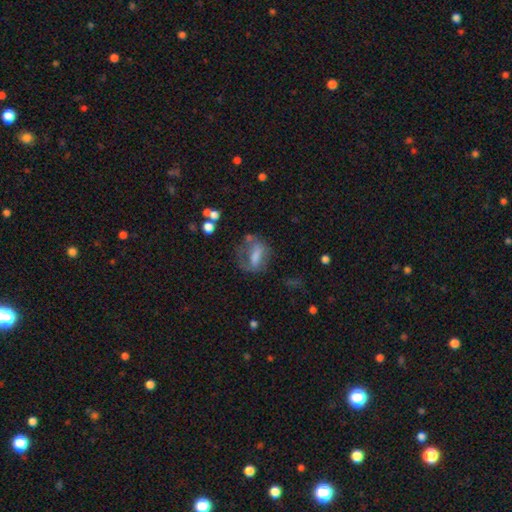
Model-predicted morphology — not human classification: smooth_or_featured: smooth (p=0.46) [alt: featured or disk p=0.41]
merging: none (p=0.48) [alt: major disturbance p=0.24]